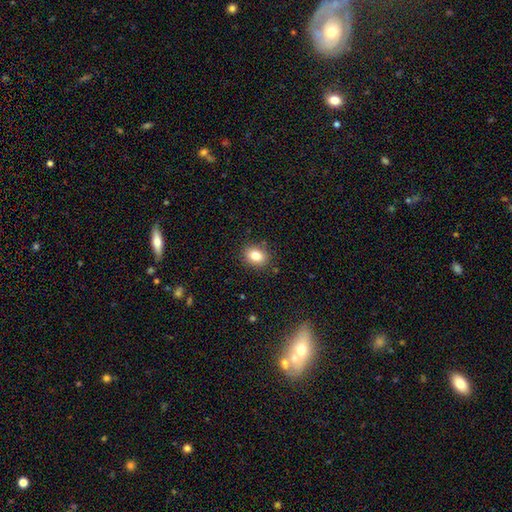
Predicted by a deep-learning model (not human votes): Smooth or featured? smooth (82%)
How rounded? in between (57%)
Merging? none (87%)